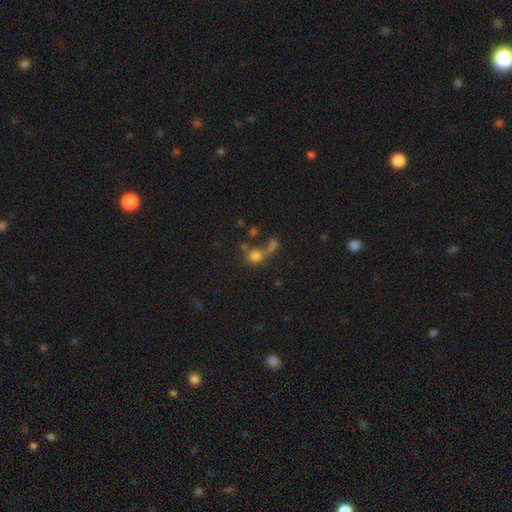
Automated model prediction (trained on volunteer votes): Smooth or featured?
  - smooth: 72% *
  - star or artifact: 14%
  - featured or disk: 14%
How rounded?
  - round: 82% *
  - in between: 16%
  - cigar-shaped: 2%
Merging?
  - merger: 37% *
  - none: 35%
  - major disturbance: 17%
  - minor disturbance: 10%